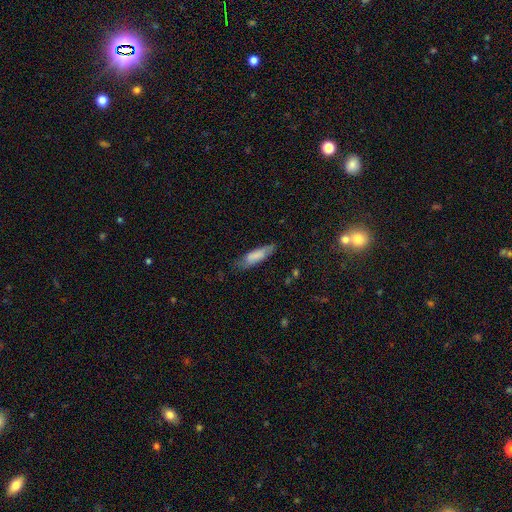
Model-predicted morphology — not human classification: Smooth or featured? Predicted: smooth (p=0.78). How rounded? Predicted: cigar-shaped (p=0.57). Merging? Predicted: none (p=0.67).